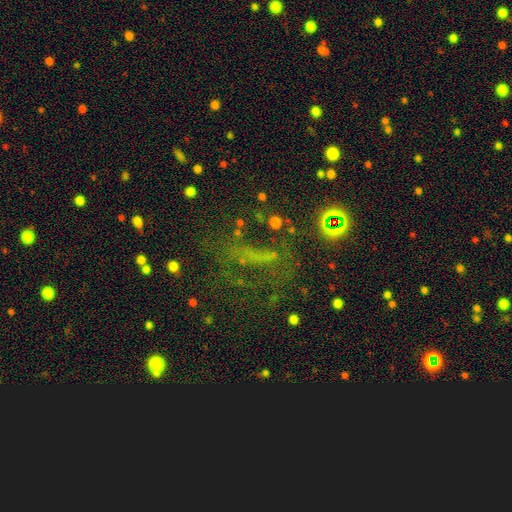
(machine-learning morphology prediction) smooth-or-featured: star or artifact: 41% | featured or disk: 33% | smooth: 26%